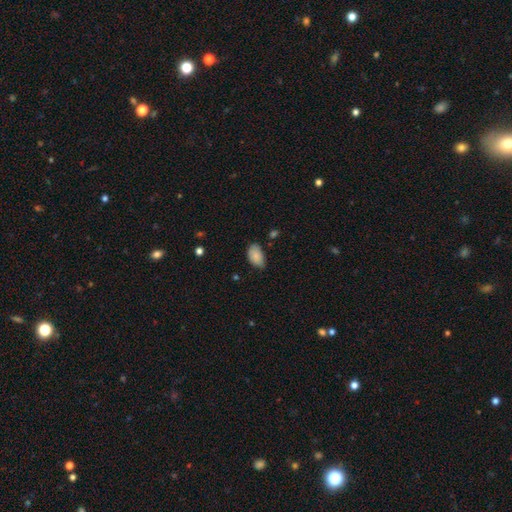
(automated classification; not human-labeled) smooth_or_featured: smooth (p=0.85) [alt: featured or disk p=0.08]
how_rounded: in between (p=0.93) [alt: round p=0.05]
merging: none (p=0.64) [alt: minor disturbance p=0.29]